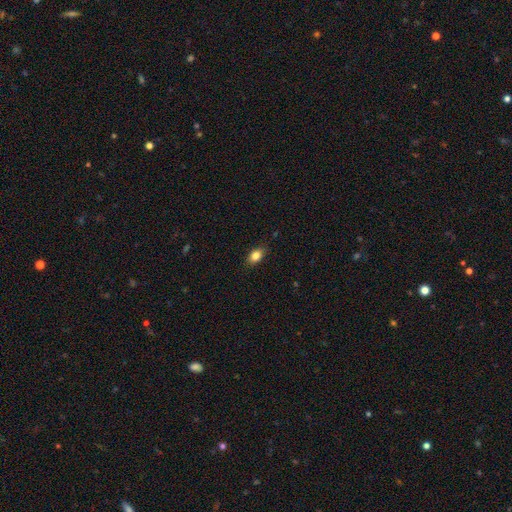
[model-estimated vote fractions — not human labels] This appears to be a smooth galaxy with no disk features (84%) that is in between round and cigar-shaped (83%). Merging: none (85%).